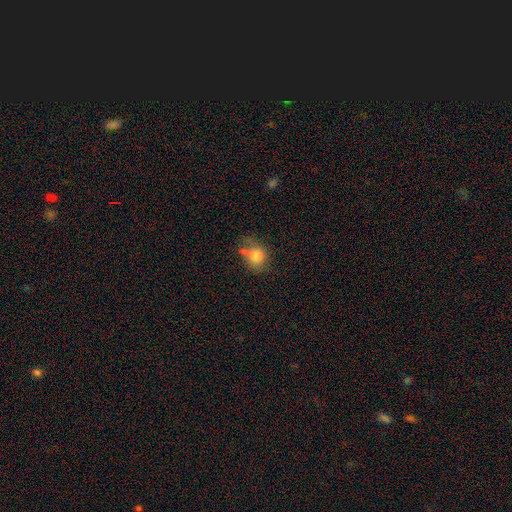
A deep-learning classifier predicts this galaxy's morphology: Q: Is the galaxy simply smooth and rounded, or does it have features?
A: smooth — 79%.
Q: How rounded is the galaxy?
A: round — 65%.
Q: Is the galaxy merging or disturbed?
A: none — 46%.